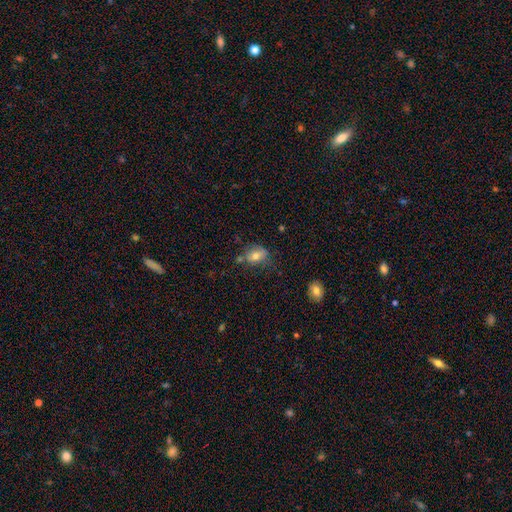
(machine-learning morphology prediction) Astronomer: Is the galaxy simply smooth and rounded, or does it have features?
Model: smooth — 71%.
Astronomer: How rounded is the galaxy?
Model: in between — 60% (runner-up: round, 38%).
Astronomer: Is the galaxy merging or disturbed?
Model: none — 55%.